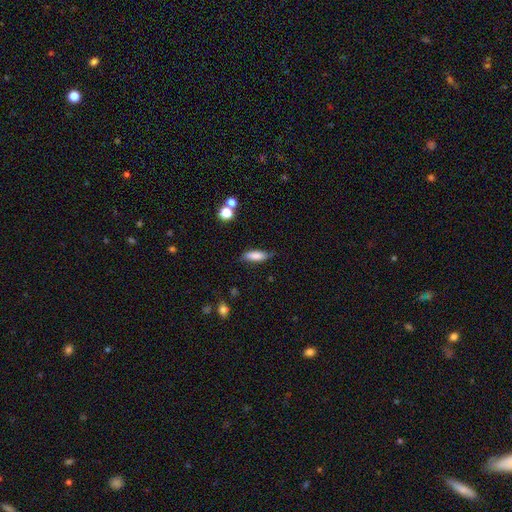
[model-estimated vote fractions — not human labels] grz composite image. It shows a smooth galaxy with no disk features (82%) that is in between round and cigar-shaped (55%). Merging: none (74%).